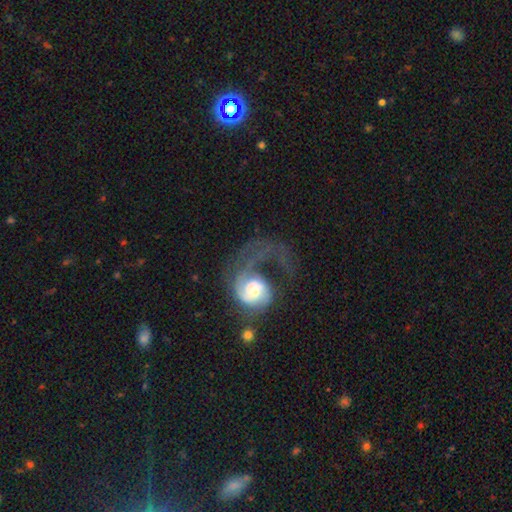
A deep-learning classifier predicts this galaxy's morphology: Smooth or featured?
  - featured or disk: 61% *
  - smooth: 28%
  - star or artifact: 12%
Edge-on disk?
  - no: 98% *
  - yes: 2%
Bar?
  - no: 76% *
  - weak: 19%
  - strong: 5%
Spiral arms?
  - yes: 79% *
  - no: 21%
Bulge size?
  - large: 37% *
  - moderate: 35%
  - small: 11%
  - dominant: 10%
  - none: 7%
Merging?
  - major disturbance: 55% *
  - none: 26%
  - minor disturbance: 12%
  - merger: 6%